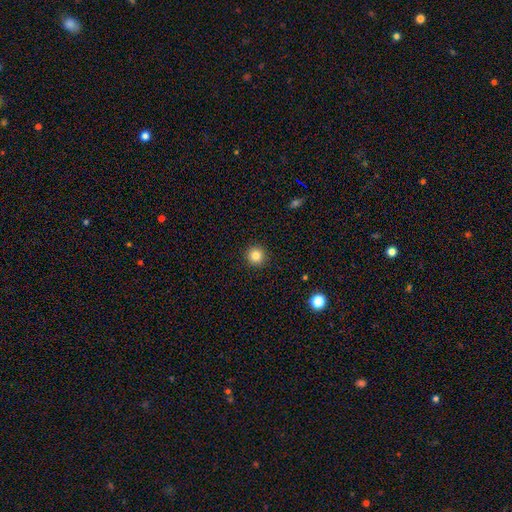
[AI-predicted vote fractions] This is clearly a smooth galaxy (83%). How rounded: clearly round (95%). Merging: clearly none (93%).